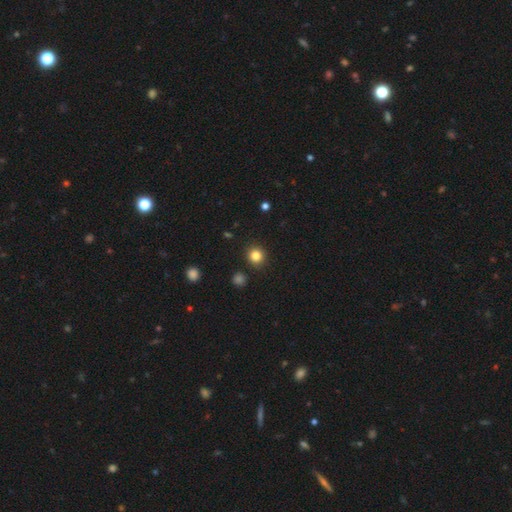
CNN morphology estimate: This is clearly a smooth galaxy (84%). How rounded: clearly round (92%). Merging: clearly none (91%).